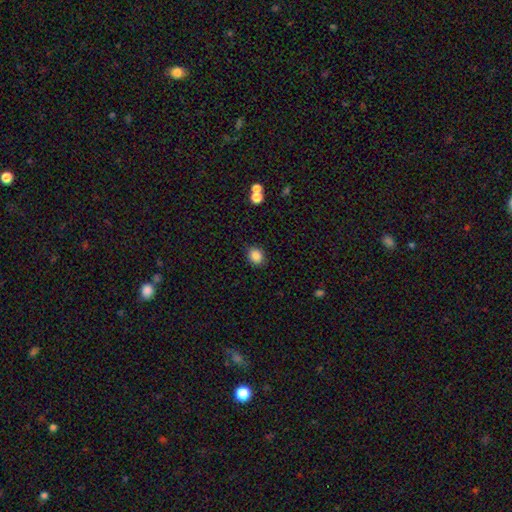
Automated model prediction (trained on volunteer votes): The model was most divided on "how rounded": round: 65%, in between: 35%, cigar-shaped: 1%. More confident: merging — none (87%); smooth or featured — smooth (86%).